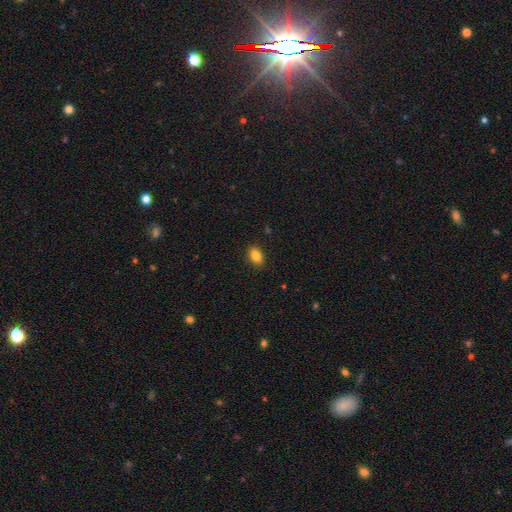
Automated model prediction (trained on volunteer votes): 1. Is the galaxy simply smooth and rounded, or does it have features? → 86% smooth, 9% star or artifact, 6% featured or disk.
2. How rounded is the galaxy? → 85% in between, 13% round, 1% cigar-shaped.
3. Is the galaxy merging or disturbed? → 88% none, 9% minor disturbance, 2% major disturbance, 1% merger.